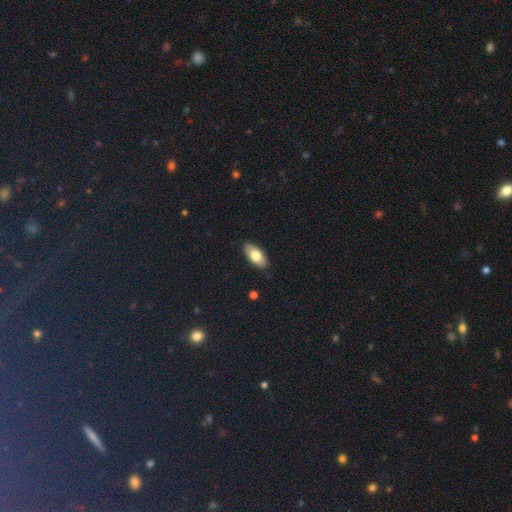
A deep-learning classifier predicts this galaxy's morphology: Smooth or featured? smooth (75%)
How rounded? in between (89%)
Merging? none (88%)